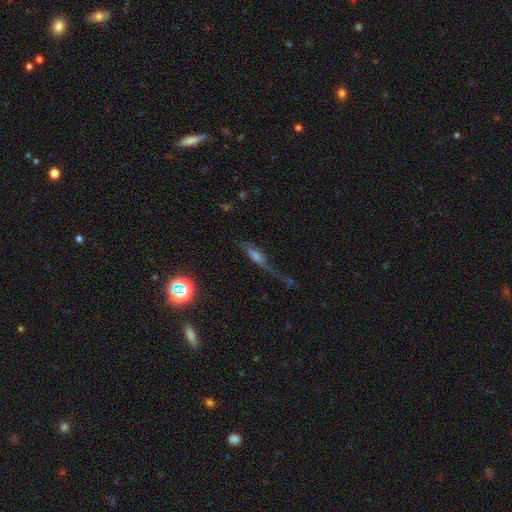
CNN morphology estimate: A featured or disk galaxy (52%) viewed edge-on (60%).

Vote fractions:
- Smooth or featured? featured or disk: 52% / smooth: 31% / star or artifact: 17%
- Edge-on disk? yes: 60% / no: 40%
- Merging? none: 40% / major disturbance: 32% / minor disturbance: 21% / merger: 7%